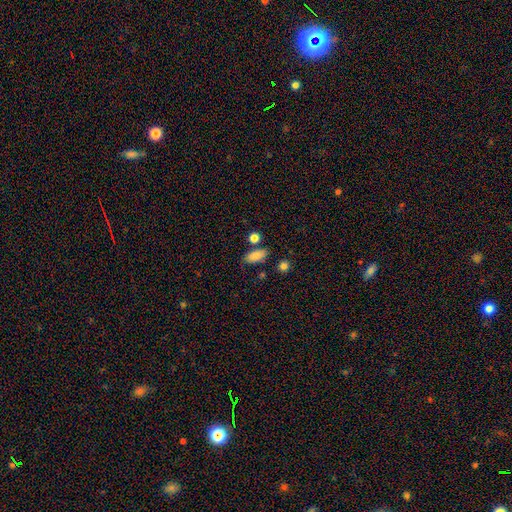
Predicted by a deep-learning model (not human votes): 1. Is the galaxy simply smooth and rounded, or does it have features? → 83% smooth, 9% star or artifact, 8% featured or disk.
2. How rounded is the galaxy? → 86% in between, 7% cigar-shaped, 7% round.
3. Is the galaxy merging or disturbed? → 73% none, 15% minor disturbance, 8% merger, 4% major disturbance.